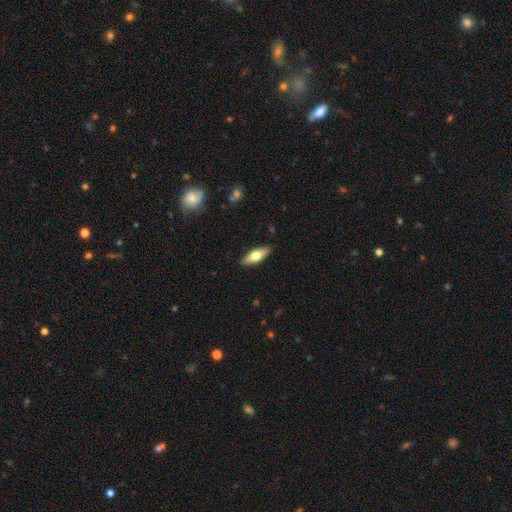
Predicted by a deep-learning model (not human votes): The model was most divided on "smooth or featured": smooth: 59%, featured or disk: 36%, star or artifact: 6%. More confident: merging — none (89%); how rounded — in between (63%).